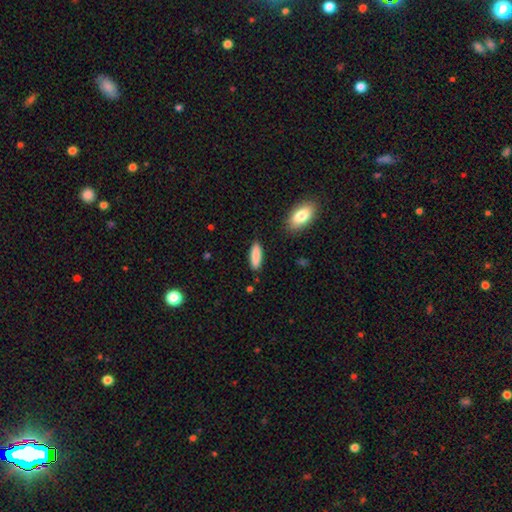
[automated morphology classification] Smooth or featured? smooth (88%)
How rounded? cigar-shaped (51%)
Merging? none (87%)